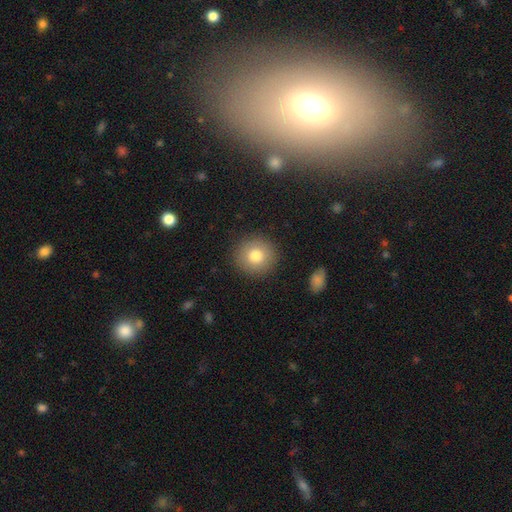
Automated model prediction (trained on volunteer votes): smooth_or_featured: smooth (p=0.79) [alt: featured or disk p=0.12]
how_rounded: round (p=0.93) [alt: in between p=0.06]
merging: none (p=0.90) [alt: minor disturbance p=0.07]